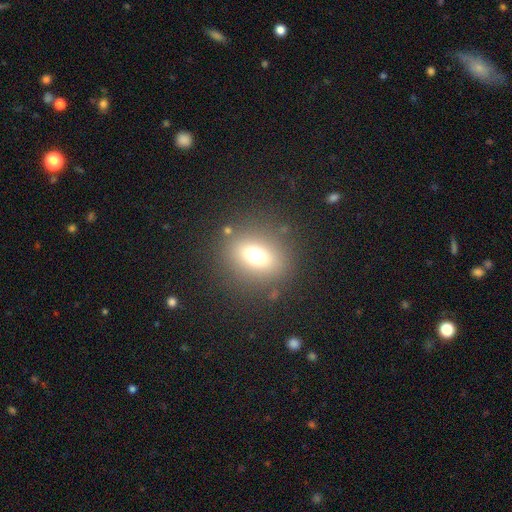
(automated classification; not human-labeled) smooth 70%, star or artifact 16%, featured or disk 14%. Down the decision tree: how rounded — in between (51%); merging — none (82%).